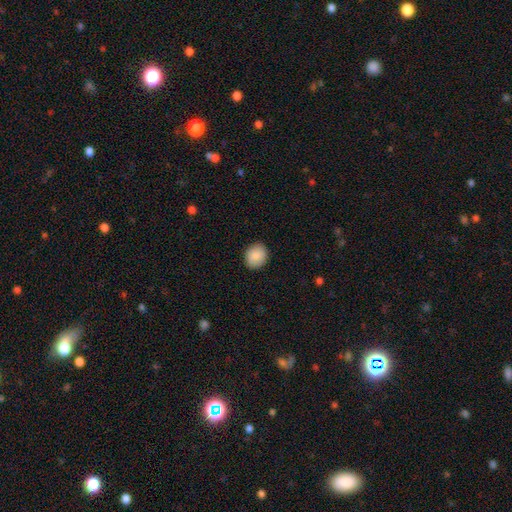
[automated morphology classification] smooth-or-featured: smooth: 89% | star or artifact: 7% | featured or disk: 4%
  how-rounded: round: 69% | in between: 30% | cigar-shaped: 1%
  merging: none: 89% | minor disturbance: 8% | major disturbance: 2% | merger: 1%